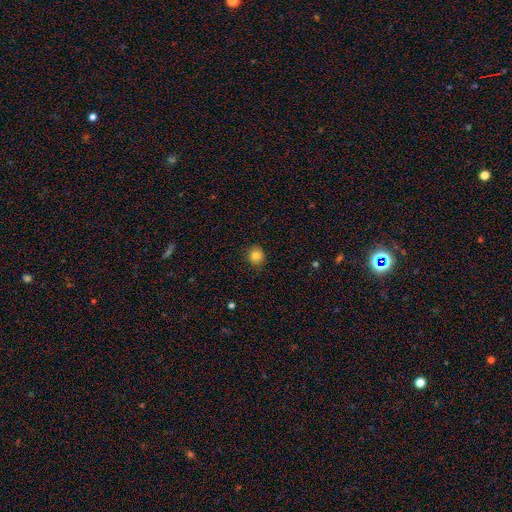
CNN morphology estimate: Smooth or featured?
  - smooth: 82% *
  - star or artifact: 11%
  - featured or disk: 7%
How rounded?
  - round: 88% *
  - in between: 11%
  - cigar-shaped: 1%
Merging?
  - none: 89% *
  - minor disturbance: 8%
  - major disturbance: 2%
  - merger: 1%